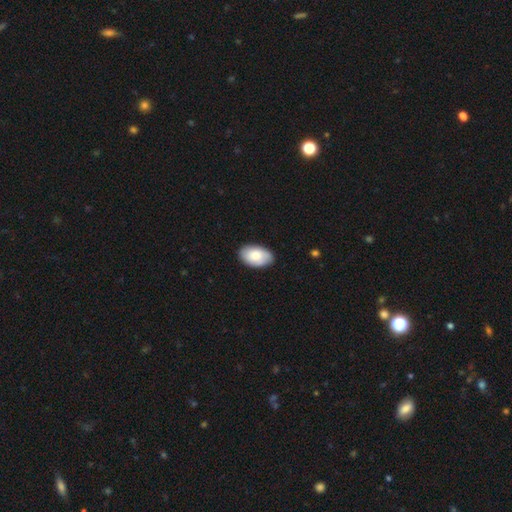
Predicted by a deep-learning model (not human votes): A smooth galaxy with no disk features (81%) that is in between round and cigar-shaped (94%).

Vote fractions:
- Smooth or featured? smooth: 81% / featured or disk: 13% / star or artifact: 6%
- How rounded? in between: 94% / round: 5% / cigar-shaped: 1%
- Merging? none: 84% / minor disturbance: 13% / major disturbance: 2% / merger: 1%